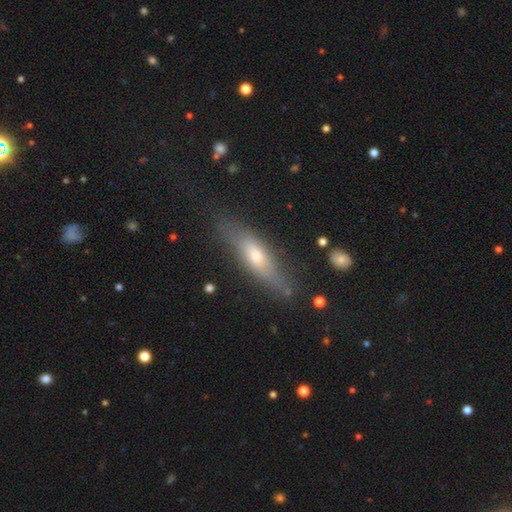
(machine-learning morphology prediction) Overall: smooth (50%; featured or disk 41%). How rounded: cigar-shaped (65%; in between 33%). Merging: none (74%).